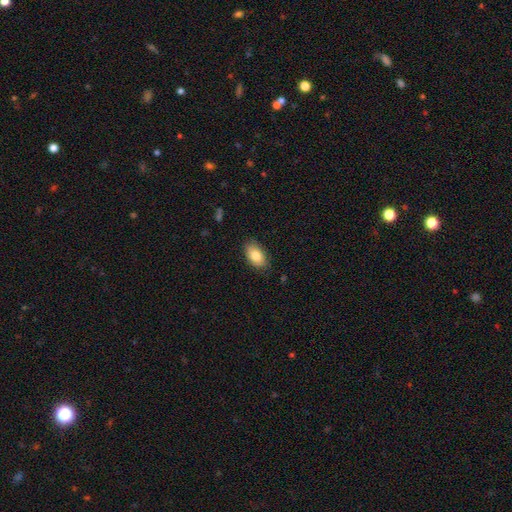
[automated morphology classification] The model was most divided on "merging": none: 84%, minor disturbance: 12%, major disturbance: 2%, merger: 1%. More confident: how rounded — in between (91%); smooth or featured — smooth (83%).